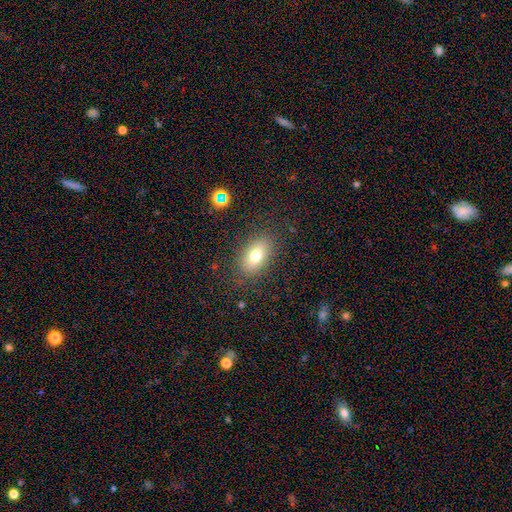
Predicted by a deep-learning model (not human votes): Overall: smooth (74%). How rounded: in between (86%). Merging: none (84%).